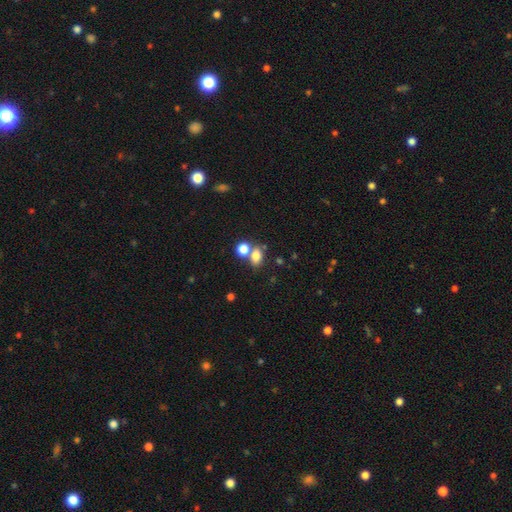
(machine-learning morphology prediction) Q: Smooth or featured?
A: smooth (78%); runner-up: star or artifact (12%)
Q: How rounded?
A: in between (72%); runner-up: round (26%)
Q: Merging?
A: none (47%); runner-up: merger (39%)